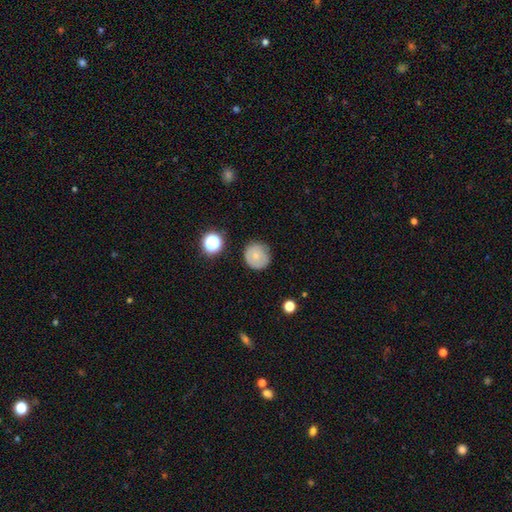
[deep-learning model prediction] A smooth galaxy with no disk features (73%) that is round (93%).

Vote fractions:
- Smooth or featured? smooth: 73% / featured or disk: 17% / star or artifact: 10%
- How rounded? round: 93% / in between: 6% / cigar-shaped: 1%
- Merging? none: 83% / minor disturbance: 13% / major disturbance: 3% / merger: 2%